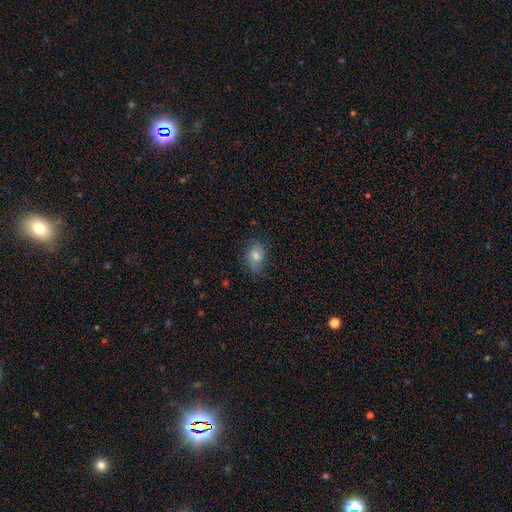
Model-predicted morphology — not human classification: Smooth or featured?
  - smooth: 63% *
  - featured or disk: 25%
  - star or artifact: 12%
How rounded?
  - in between: 71% *
  - round: 28%
  - cigar-shaped: 2%
Merging?
  - none: 73% *
  - minor disturbance: 20%
  - major disturbance: 6%
  - merger: 1%